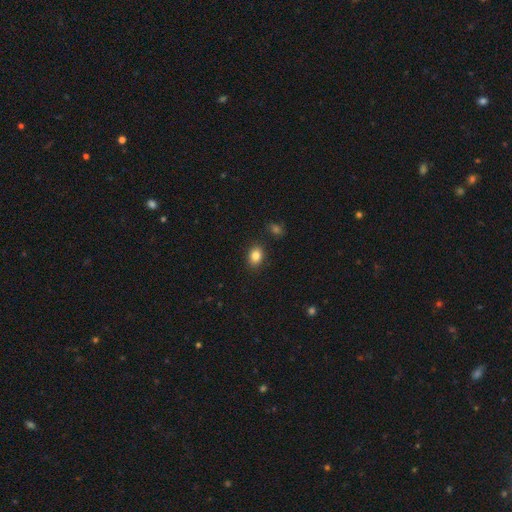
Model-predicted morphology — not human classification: Overall: smooth (84%). How rounded: in between (65%; round 33%). Merging: none (87%).